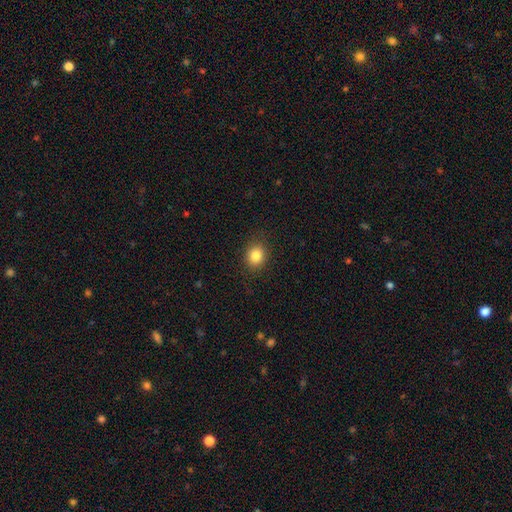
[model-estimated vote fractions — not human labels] smooth 84%, star or artifact 10%, featured or disk 6%. Down the decision tree: how rounded — round (64%); merging — none (88%).